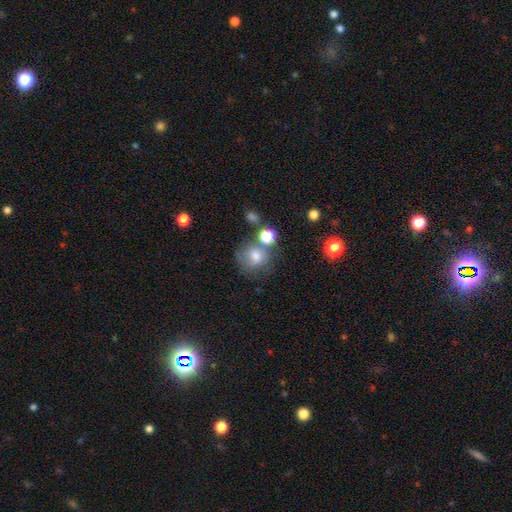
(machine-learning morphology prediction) smooth_or_featured: smooth (p=0.68) [alt: featured or disk p=0.18]
how_rounded: round (p=0.75) [alt: in between p=0.24]
merging: none (p=0.49) [alt: merger p=0.20]